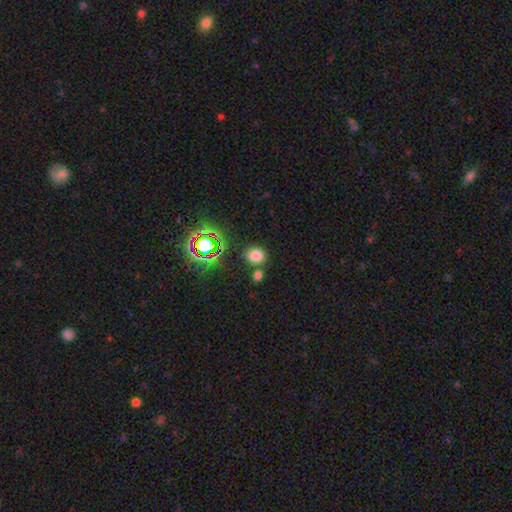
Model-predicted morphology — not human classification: smooth 74%, star or artifact 20%, featured or disk 6%. Down the decision tree: how rounded — round (70%); merging — none (73%).